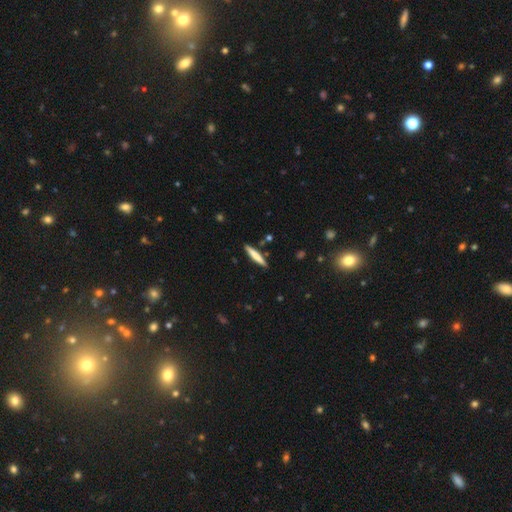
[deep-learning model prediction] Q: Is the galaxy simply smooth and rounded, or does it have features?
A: smooth — 71%.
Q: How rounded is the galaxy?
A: cigar-shaped — 93%.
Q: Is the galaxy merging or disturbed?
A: none — 88%.